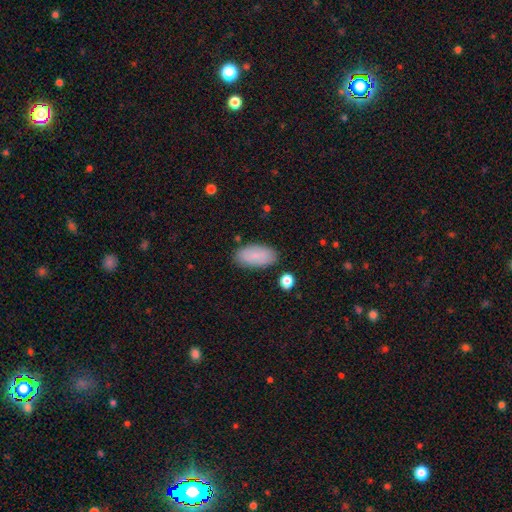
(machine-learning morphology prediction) This appears to be a smooth galaxy with no disk features (87%) that is in between round and cigar-shaped (94%). Merging: none (84%).